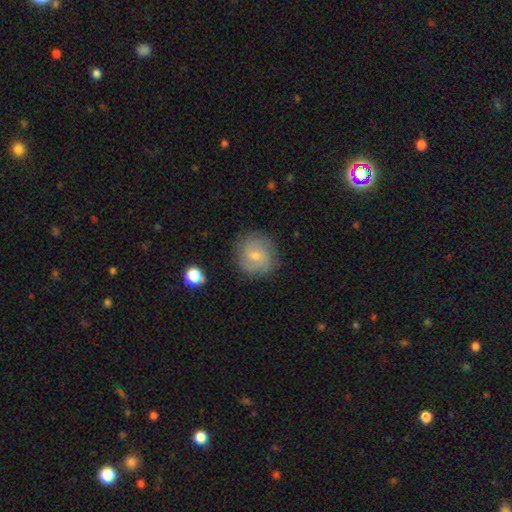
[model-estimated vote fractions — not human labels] This appears to be a featured or disk galaxy (57%) with no bar (54%), spiral arms (88%) and a small central bulge (62%). Merging: none (81%).